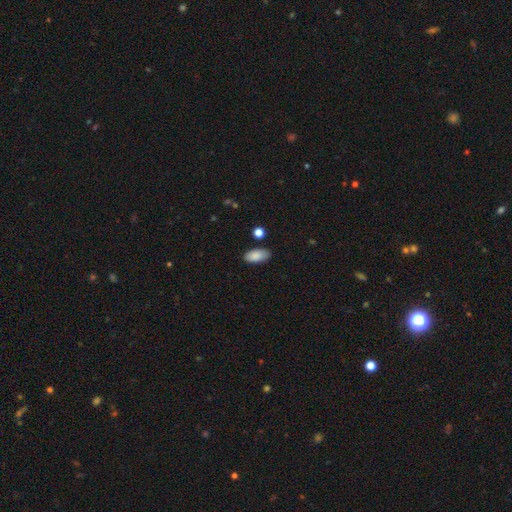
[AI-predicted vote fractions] The model was most divided on "merging": none: 85%, minor disturbance: 10%, merger: 3%, major disturbance: 2%. More confident: how rounded — in between (92%); smooth or featured — smooth (88%).